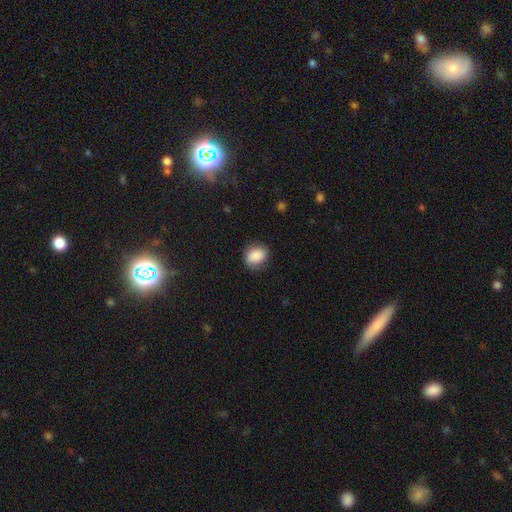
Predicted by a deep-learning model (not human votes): Smooth or featured? smooth (83%)
How rounded? round (54%)
Merging? none (76%)